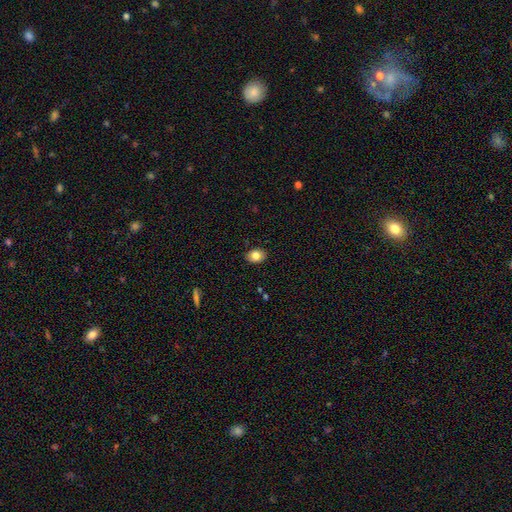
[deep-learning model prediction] smooth_or_featured: smooth (p=0.83) [alt: star or artifact p=0.09]
how_rounded: in between (p=0.68) [alt: round p=0.31]
merging: none (p=0.87) [alt: minor disturbance p=0.10]